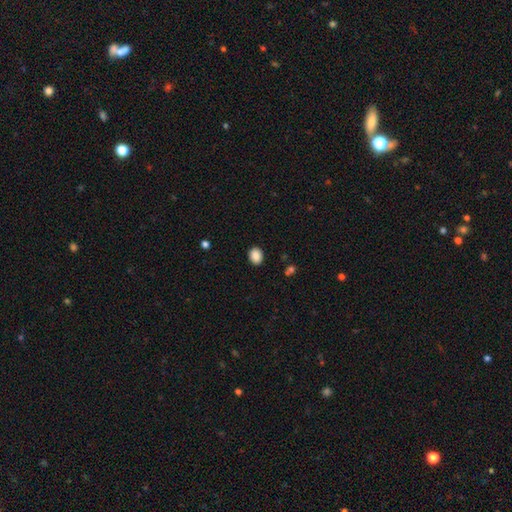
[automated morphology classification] smooth-or-featured: smooth: 89% | star or artifact: 8% | featured or disk: 3%
  how-rounded: in between: 56% | round: 43% | cigar-shaped: 1%
  merging: none: 90% | minor disturbance: 7% | major disturbance: 2% | merger: 1%